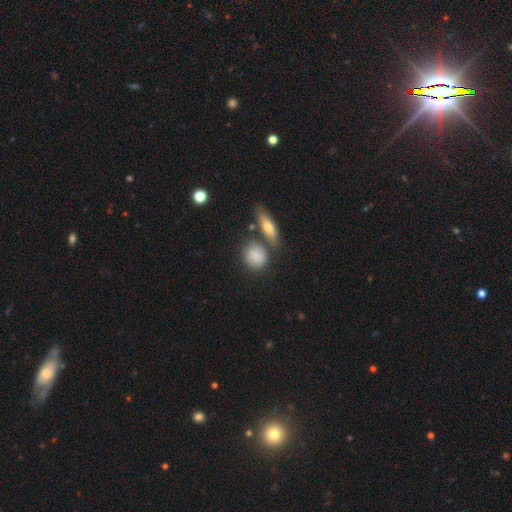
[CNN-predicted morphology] A smooth galaxy with no disk features (83%) that is round (62%).

Vote fractions:
- Smooth or featured? smooth: 83% / featured or disk: 10% / star or artifact: 8%
- How rounded? round: 62% / in between: 34% / cigar-shaped: 4%
- Merging? none: 62% / merger: 17% / minor disturbance: 16% / major disturbance: 5%